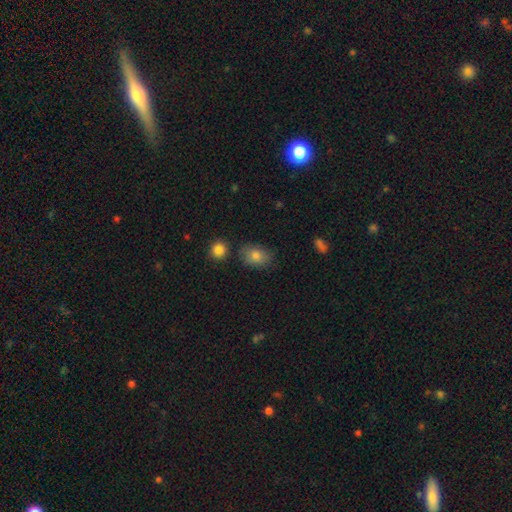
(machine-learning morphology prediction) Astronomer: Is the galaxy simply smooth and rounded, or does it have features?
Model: smooth — 82%.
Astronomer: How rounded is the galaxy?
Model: in between — 75%.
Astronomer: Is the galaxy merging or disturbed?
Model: none — 76%.